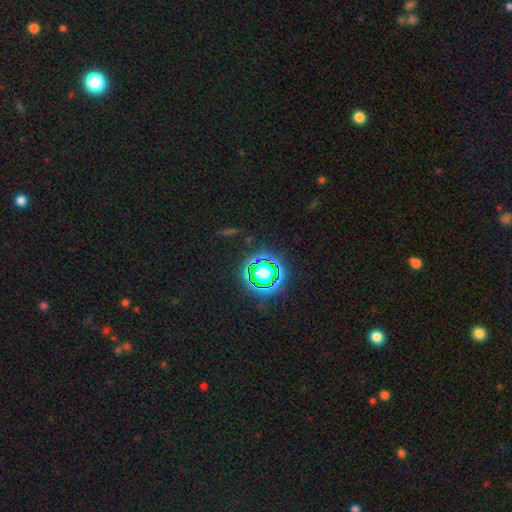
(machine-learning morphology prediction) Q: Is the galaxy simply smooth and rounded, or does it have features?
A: star or artifact — 79%.